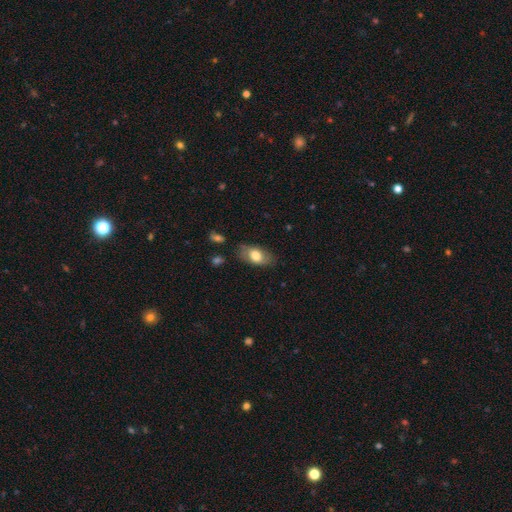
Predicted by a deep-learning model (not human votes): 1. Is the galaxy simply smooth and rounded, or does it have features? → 74% smooth, 20% featured or disk, 7% star or artifact.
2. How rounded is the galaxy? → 90% in between, 6% round, 4% cigar-shaped.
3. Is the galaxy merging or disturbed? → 78% none, 16% minor disturbance, 4% major disturbance, 2% merger.